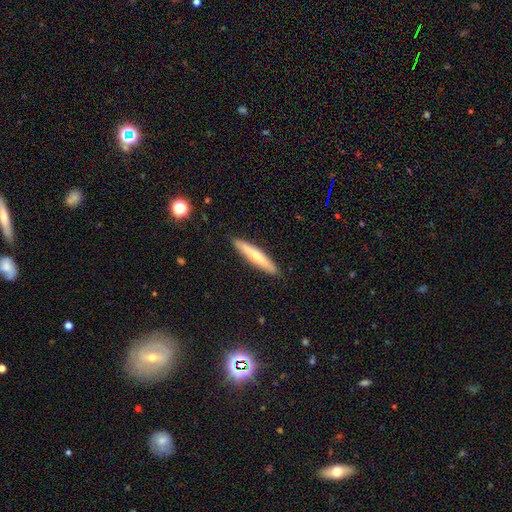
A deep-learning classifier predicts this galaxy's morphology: type=smooth (54%); roundness=cigar-shaped (91%); merging=none (90%).